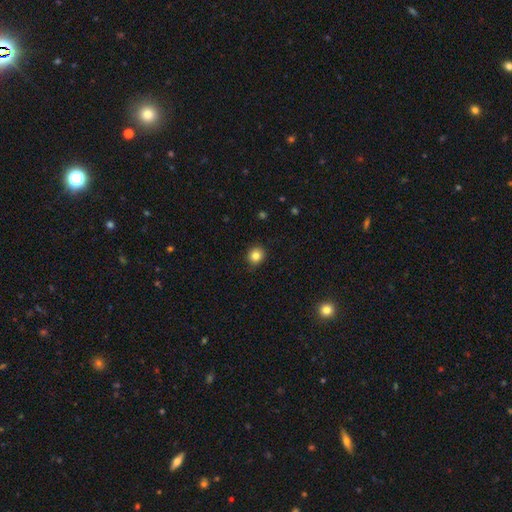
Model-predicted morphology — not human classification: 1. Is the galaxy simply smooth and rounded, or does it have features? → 83% smooth, 11% star or artifact, 6% featured or disk.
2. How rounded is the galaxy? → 82% round, 17% in between, 1% cigar-shaped.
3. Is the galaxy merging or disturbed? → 88% none, 9% minor disturbance, 2% major disturbance, 1% merger.